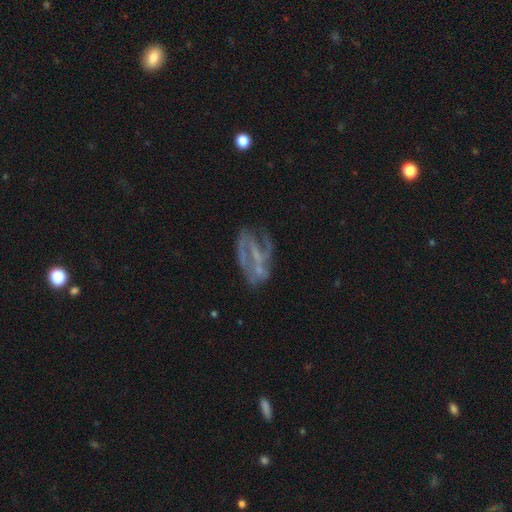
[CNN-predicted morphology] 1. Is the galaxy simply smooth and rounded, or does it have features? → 73% featured or disk, 15% smooth, 12% star or artifact.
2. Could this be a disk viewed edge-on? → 95% no, 5% yes.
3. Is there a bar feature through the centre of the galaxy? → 34% no, 33% strong, 33% weak.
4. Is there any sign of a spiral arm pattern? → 62% yes, 38% no.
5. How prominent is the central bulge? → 56% none, 31% small, 10% moderate, 2% large, 1% dominant.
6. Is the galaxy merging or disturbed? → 46% none, 26% major disturbance, 21% minor disturbance, 7% merger.